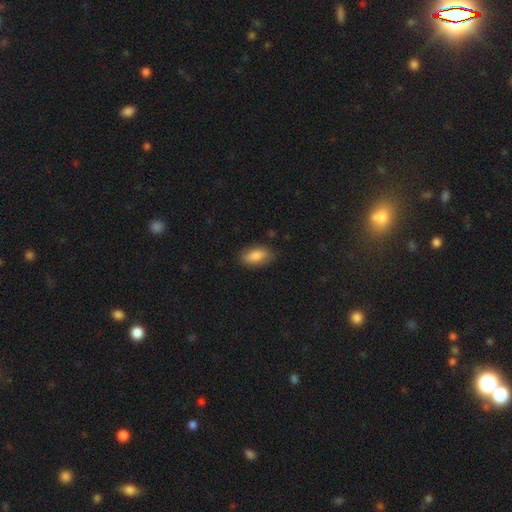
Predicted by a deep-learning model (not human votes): smooth_or_featured: smooth (p=0.84) [alt: featured or disk p=0.09]
how_rounded: in between (p=0.91) [alt: cigar-shaped p=0.05]
merging: none (p=0.82) [alt: minor disturbance p=0.14]